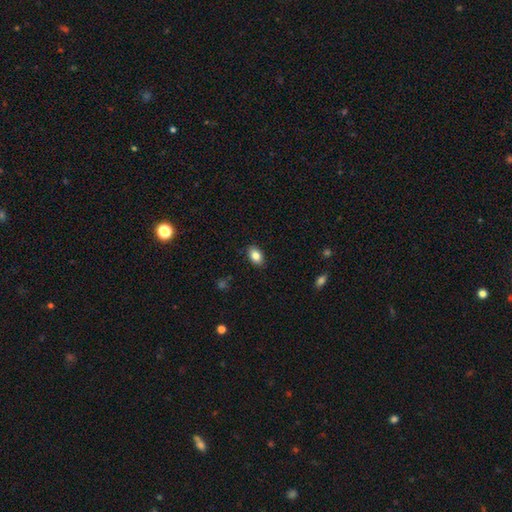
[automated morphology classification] Smooth or featured? smooth (85%)
How rounded? in between (88%)
Merging? none (88%)